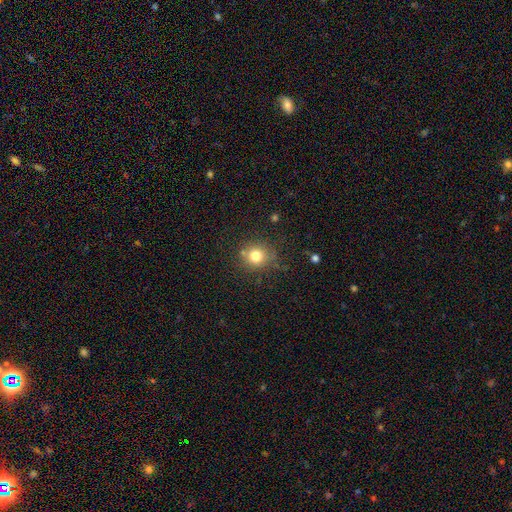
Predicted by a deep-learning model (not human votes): The model was most divided on "smooth or featured": smooth: 78%, star or artifact: 14%, featured or disk: 9%. More confident: how rounded — round (87%); merging — none (78%).